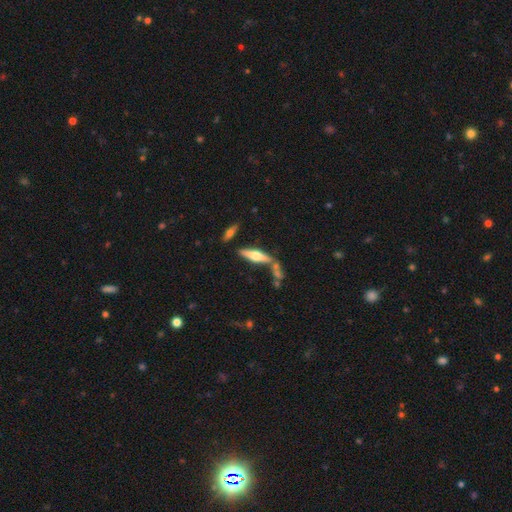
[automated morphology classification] Q: Smooth or featured?
A: featured or disk (57%); runner-up: smooth (36%)
Q: Edge-on disk?
A: yes (93%); runner-up: no (7%)
Q: Edge-on bulge?
A: rounded (91%); runner-up: boxy (6%)
Q: Merging?
A: none (64%); runner-up: merger (16%)